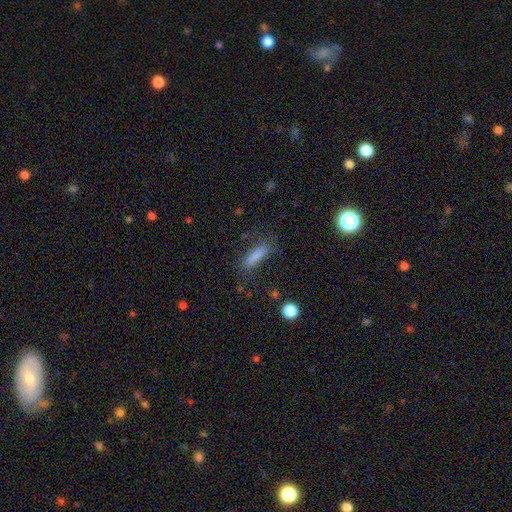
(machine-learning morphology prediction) A smooth galaxy with no disk features (76%) that is cigar-shaped (68%).

Vote fractions:
- Smooth or featured? smooth: 76% / star or artifact: 12% / featured or disk: 12%
- How rounded? cigar-shaped: 68% / in between: 29% / round: 3%
- Merging? none: 72% / minor disturbance: 18% / major disturbance: 8% / merger: 2%